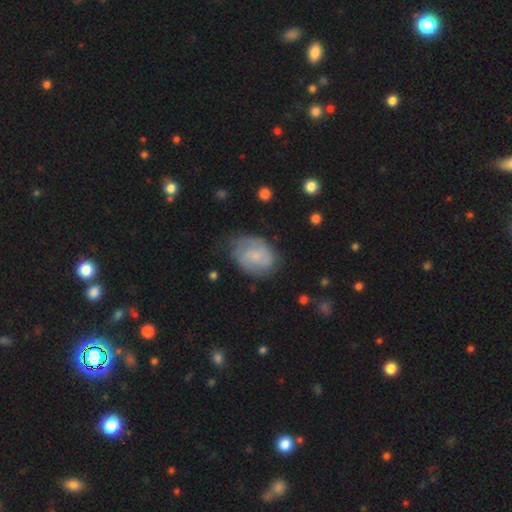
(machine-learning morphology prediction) featured or disk 62%, smooth 31%, star or artifact 7%. Down the decision tree: edge-on disk — no (97%); bar — no (51%); spiral arms — yes (88%); spiral arm count — 2 (60%); spiral winding — medium (43%); bulge size — small (62%); merging — none (67%).